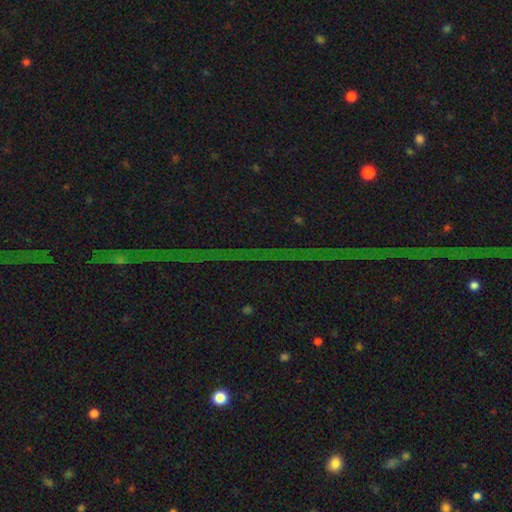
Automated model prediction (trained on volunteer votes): This appears to be a star or artifact, not a galaxy (78%).